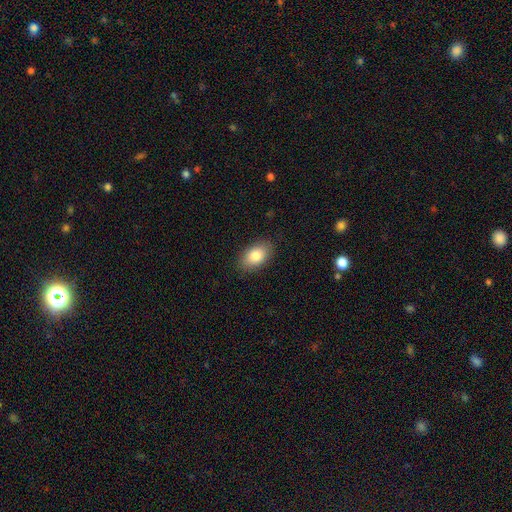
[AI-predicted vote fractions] This is clearly a smooth galaxy (84%). How rounded: clearly in between (91%). Merging: clearly none (86%).